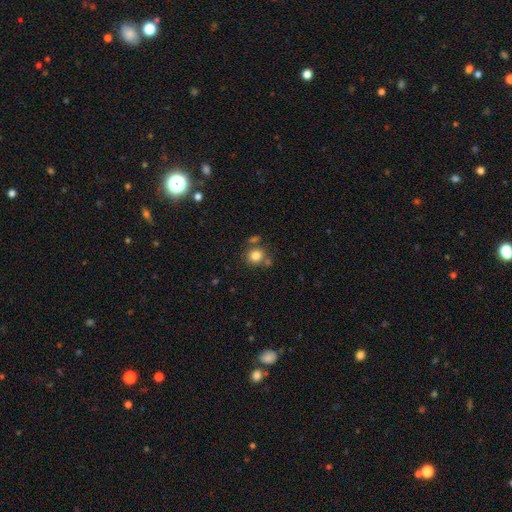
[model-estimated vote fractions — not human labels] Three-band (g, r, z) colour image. It shows a smooth galaxy with no disk features (82%) that is round (84%). Merging: none (67%).